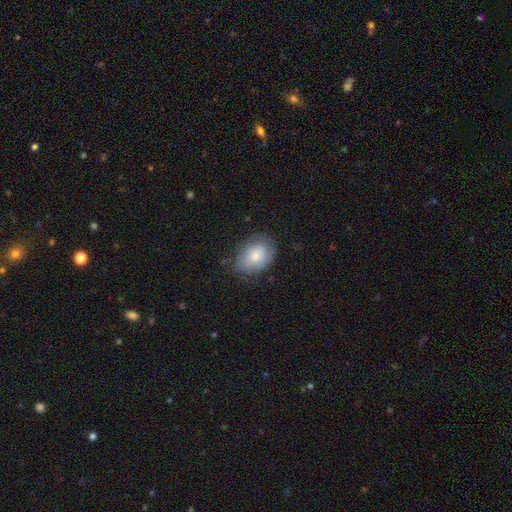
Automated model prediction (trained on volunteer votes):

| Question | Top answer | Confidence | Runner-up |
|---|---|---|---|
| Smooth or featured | smooth | 79% | featured or disk (14%) |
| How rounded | in between | 75% | round (24%) |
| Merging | none | 67% | minor disturbance (24%) |